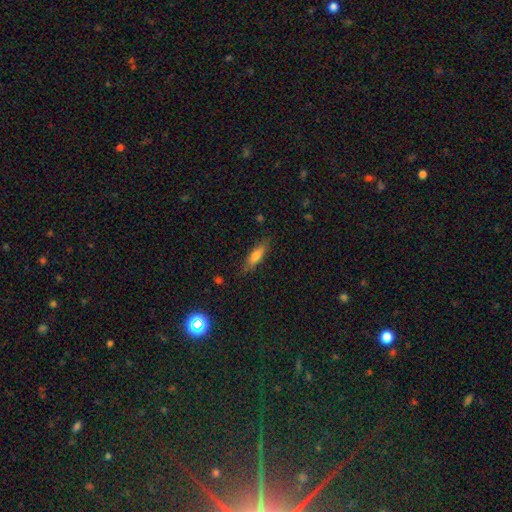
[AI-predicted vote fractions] smooth_or_featured: smooth (p=0.68) [alt: featured or disk p=0.24]
how_rounded: cigar-shaped (p=0.61) [alt: in between p=0.37]
merging: none (p=0.83) [alt: minor disturbance p=0.13]